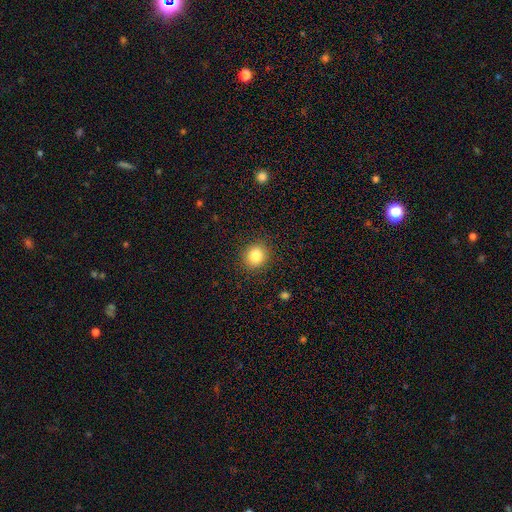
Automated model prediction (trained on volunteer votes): Smooth or featured? Predicted: smooth (p=0.84). How rounded? Predicted: round (p=0.82). Merging? Predicted: none (p=0.90).